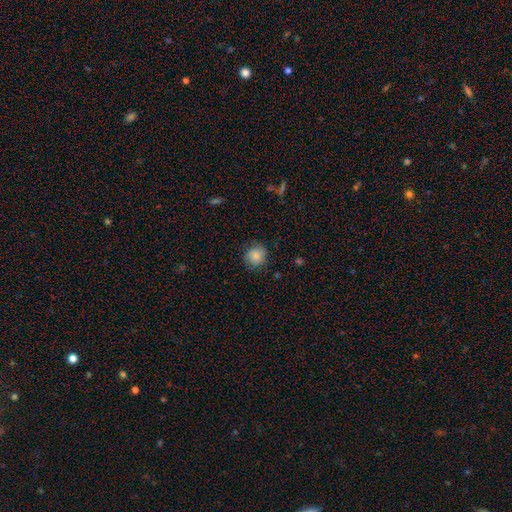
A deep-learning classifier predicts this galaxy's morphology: A smooth galaxy with no disk features (83%) that is round (85%). Merging: none (80%).